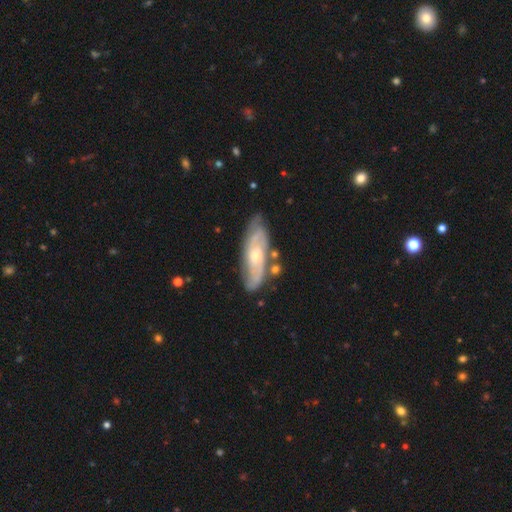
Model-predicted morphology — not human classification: smooth_or_featured: featured or disk (p=0.75) [alt: smooth p=0.19]
disk_edge_on: no (p=0.83) [alt: yes p=0.17]
bar: no (p=0.63) [alt: weak p=0.30]
has_spiral_arms: yes (p=0.89) [alt: no p=0.11]
spiral_winding: tight (p=0.47) [alt: medium p=0.38]
spiral_arm_count: 2 (p=0.51) [alt: can't tell p=0.33]
bulge_size: moderate (p=0.52) [alt: small p=0.43]
merging: none (p=0.73) [alt: minor disturbance p=0.17]